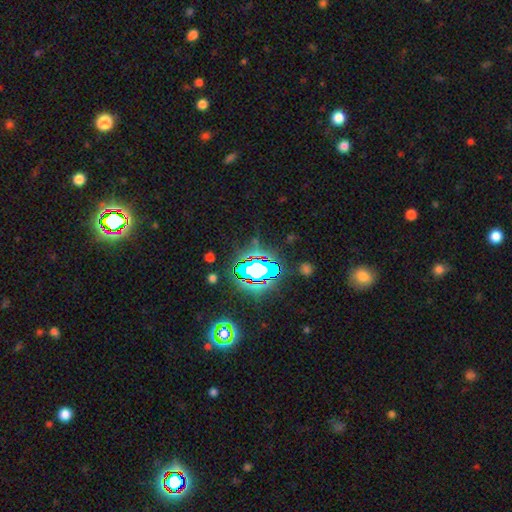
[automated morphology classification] This is clearly a star or artifact rather than a galaxy (81%).